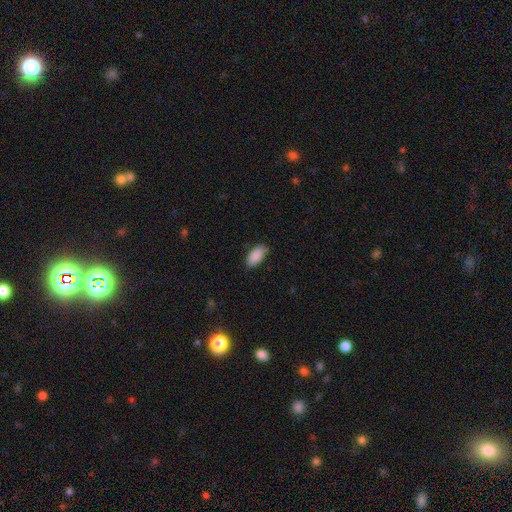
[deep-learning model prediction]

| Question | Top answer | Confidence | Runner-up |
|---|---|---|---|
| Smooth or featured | smooth | 90% | star or artifact (7%) |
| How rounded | in between | 94% | cigar-shaped (4%) |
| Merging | none | 81% | minor disturbance (15%) |